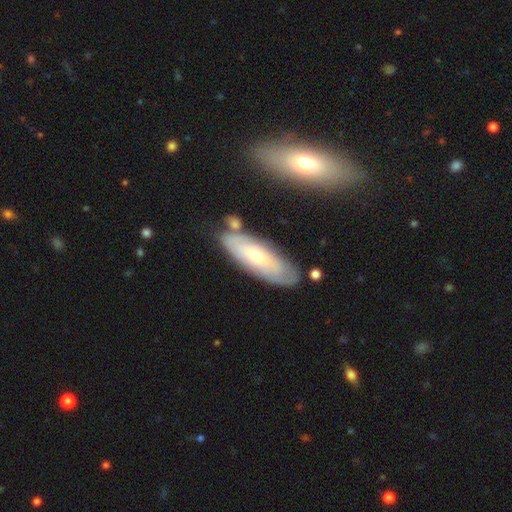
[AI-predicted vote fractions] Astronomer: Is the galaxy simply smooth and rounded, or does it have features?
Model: featured or disk — 52% (runner-up: smooth, 41%).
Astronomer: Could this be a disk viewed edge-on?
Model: no — 78%.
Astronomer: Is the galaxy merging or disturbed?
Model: none — 74%.